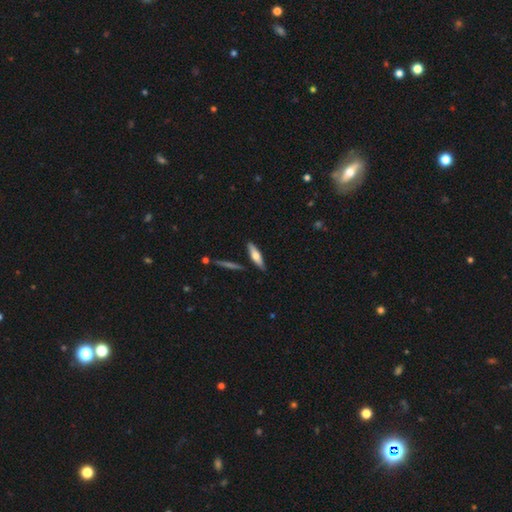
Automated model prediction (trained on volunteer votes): Q: Smooth or featured?
A: smooth (54%); runner-up: featured or disk (40%)
Q: How rounded?
A: cigar-shaped (68%); runner-up: in between (30%)
Q: Merging?
A: none (83%); runner-up: minor disturbance (11%)